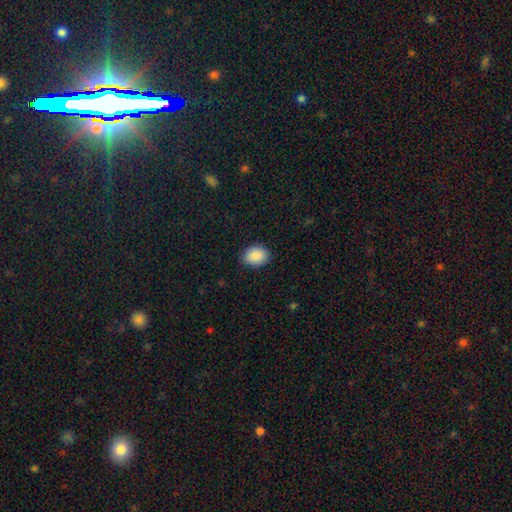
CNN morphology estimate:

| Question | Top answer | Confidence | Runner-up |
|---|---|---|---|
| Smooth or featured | smooth | 90% | star or artifact (7%) |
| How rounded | in between | 66% | round (33%) |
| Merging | none | 84% | minor disturbance (12%) |